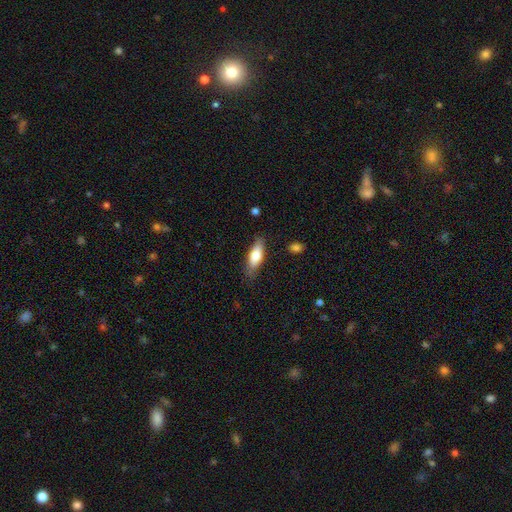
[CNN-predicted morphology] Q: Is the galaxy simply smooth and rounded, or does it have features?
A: smooth — 72%.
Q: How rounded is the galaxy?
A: in between — 66%.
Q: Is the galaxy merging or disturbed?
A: none — 77%.